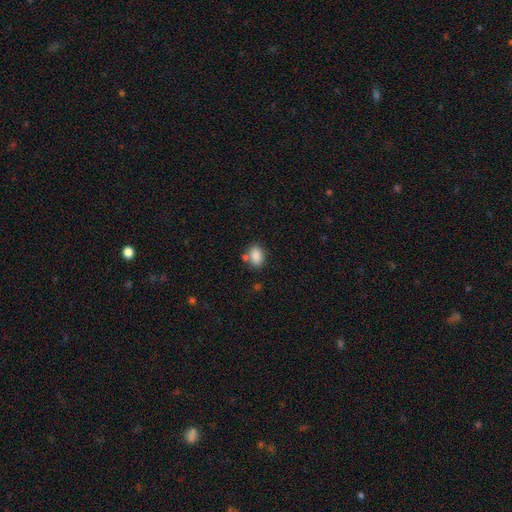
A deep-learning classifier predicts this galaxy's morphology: Smooth or featured: smooth — 87% (star or artifact — 9%)
How rounded: in between — 81% (round — 18%)
Merging: none — 69% (minor disturbance — 14%)